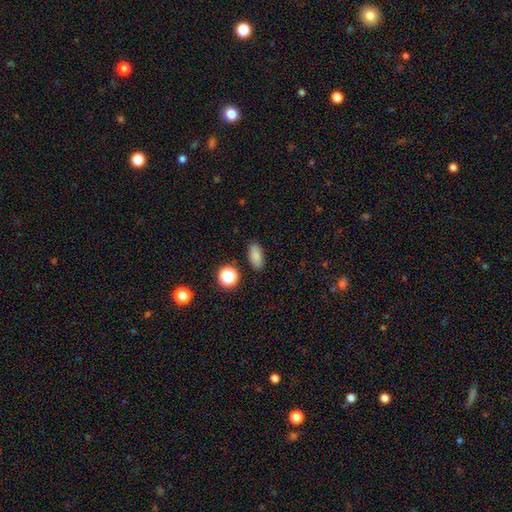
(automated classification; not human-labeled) This is clearly a smooth galaxy (83%). How rounded: clearly in between (86%). Merging: clearly none (87%).